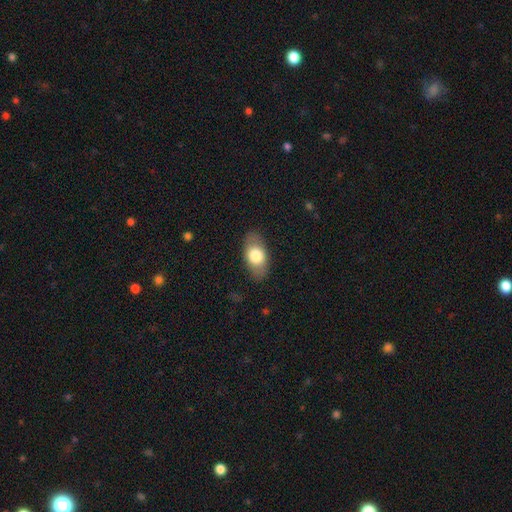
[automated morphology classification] Smooth or featured? smooth (72%)
How rounded? in between (90%)
Merging? none (83%)